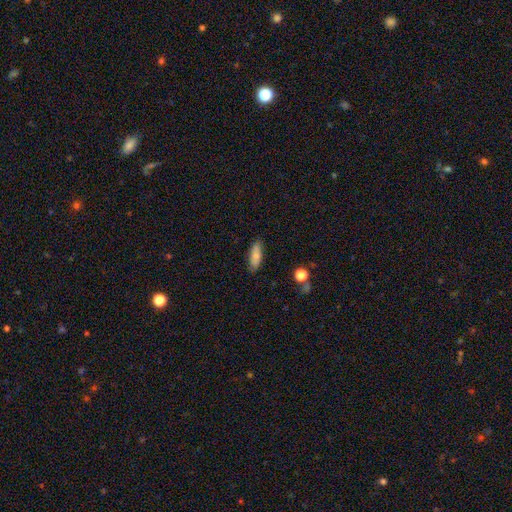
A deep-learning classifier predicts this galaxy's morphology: type=smooth (76%); roundness=in between (64%); merging=none (82%).